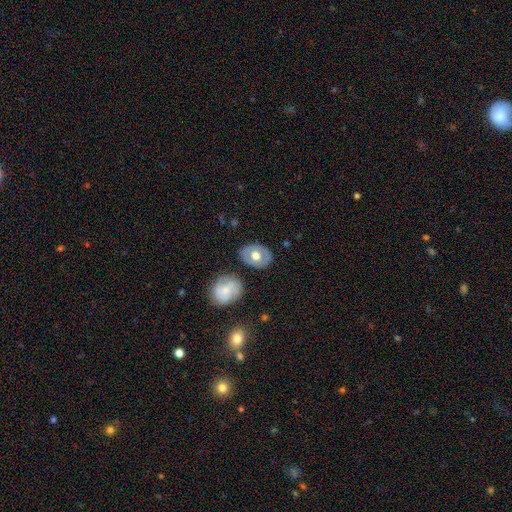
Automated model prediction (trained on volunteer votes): smooth 51%, featured or disk 43%, star or artifact 6%. Down the decision tree: how rounded — in between (67%); merging — none (80%).